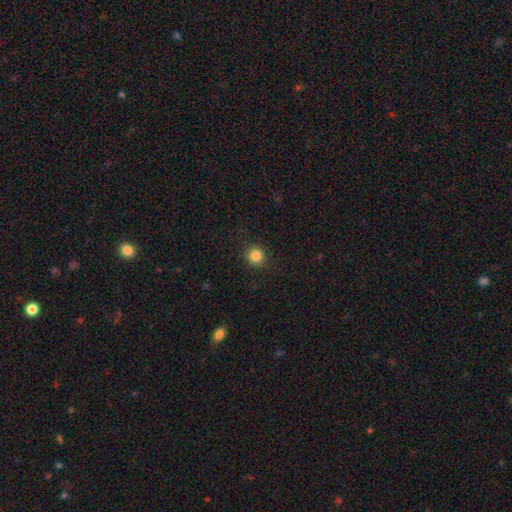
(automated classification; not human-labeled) Smooth or featured? smooth (84%)
How rounded? round (93%)
Merging? none (90%)